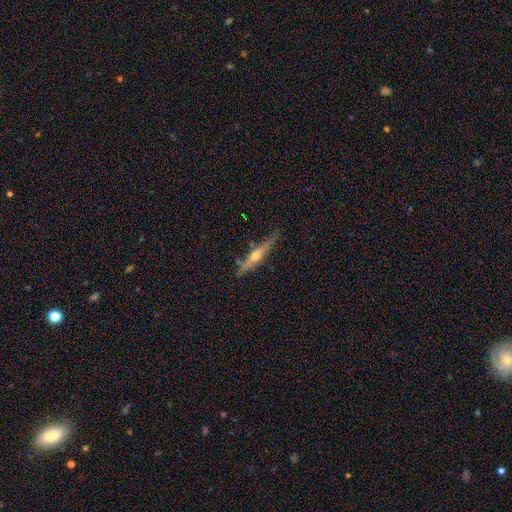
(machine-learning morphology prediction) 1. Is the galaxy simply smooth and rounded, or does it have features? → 70% featured or disk, 24% smooth, 6% star or artifact.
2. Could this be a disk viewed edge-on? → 96% yes, 4% no.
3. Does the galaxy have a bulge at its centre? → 90% rounded, 7% none, 3% boxy.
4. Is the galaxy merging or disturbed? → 80% none, 15% minor disturbance, 3% major disturbance, 3% merger.